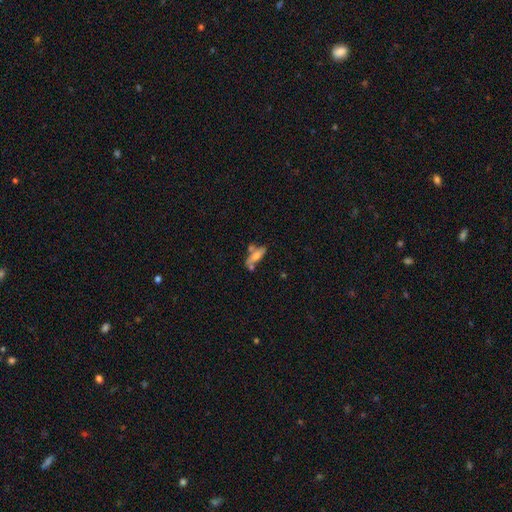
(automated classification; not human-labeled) A smooth galaxy with no disk features (58%) that is in between round and cigar-shaped (52%).

Vote fractions:
- Smooth or featured? smooth: 58% / featured or disk: 34% / star or artifact: 8%
- How rounded? in between: 52% / cigar-shaped: 45% / round: 3%
- Merging? none: 46% / merger: 26% / minor disturbance: 19% / major disturbance: 8%